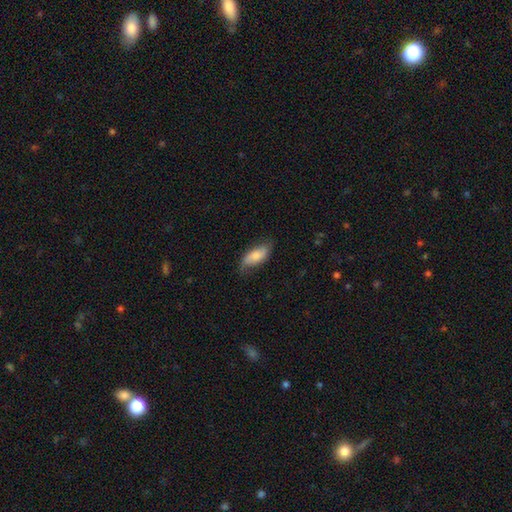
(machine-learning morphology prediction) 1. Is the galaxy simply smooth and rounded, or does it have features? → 65% smooth, 29% featured or disk, 6% star or artifact.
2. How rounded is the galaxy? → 81% in between, 16% cigar-shaped, 3% round.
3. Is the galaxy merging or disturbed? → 69% none, 24% minor disturbance, 5% major disturbance, 1% merger.